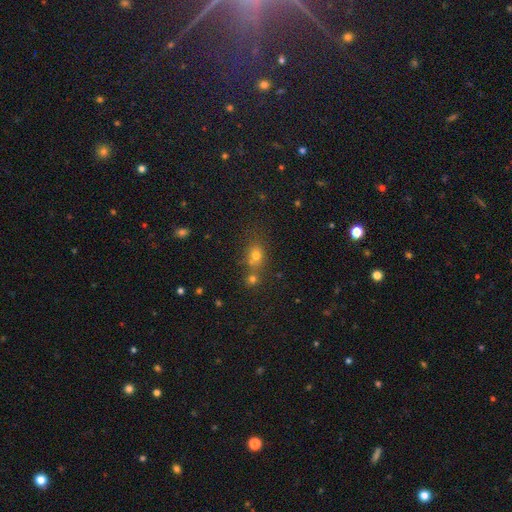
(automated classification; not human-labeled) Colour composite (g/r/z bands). It shows a smooth galaxy with no disk features (68%) that is round (58%). Merging: none (50%).